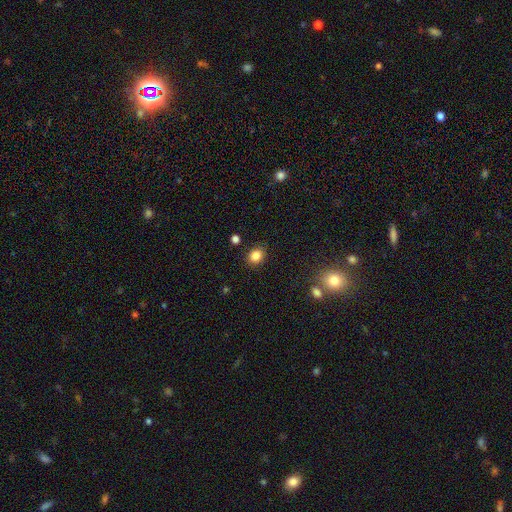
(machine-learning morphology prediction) This appears to be a smooth galaxy with no disk features (84%) that is round (53%). Merging: none (86%).